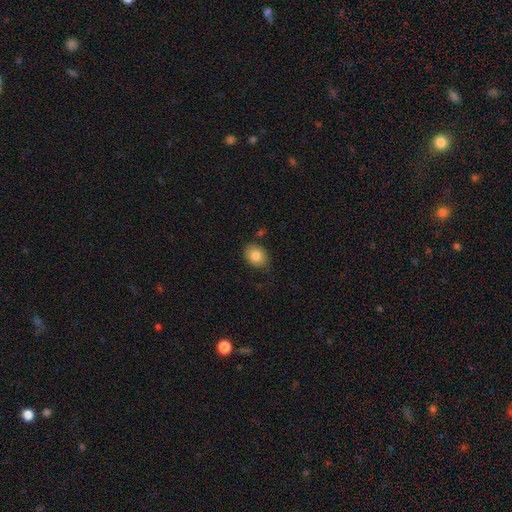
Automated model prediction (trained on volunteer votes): Q: Smooth or featured?
A: smooth (83%); runner-up: featured or disk (9%)
Q: How rounded?
A: in between (54%); runner-up: round (45%)
Q: Merging?
A: none (81%); runner-up: minor disturbance (14%)